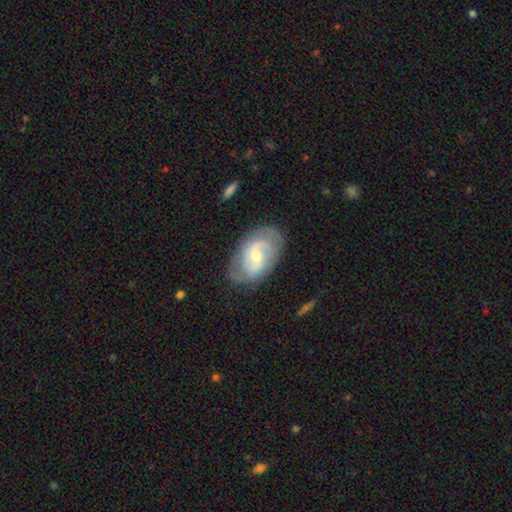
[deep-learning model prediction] A featured or disk galaxy (77%) with a weak bar (49%), 2 (76%) medium (45%) spiral arms (88%) and a small central bulge (50%).

Vote fractions:
- Smooth or featured? featured or disk: 77% / smooth: 17% / star or artifact: 6%
- Edge-on disk? no: 96% / yes: 4%
- Bar? weak: 49% / no: 34% / strong: 17%
- Spiral arms? yes: 88% / no: 12%
- Spiral winding? medium: 45% / tight: 31% / loose: 24%
- Spiral arm count? 2: 76% / can't tell: 14% / 3: 4% / 1: 3% / 4: 1% / more than 4: 1%
- Bulge size? small: 50% / moderate: 46% / large: 2% / none: 1% / dominant: 1%
- Merging? none: 79% / minor disturbance: 15% / major disturbance: 5% / merger: 1%